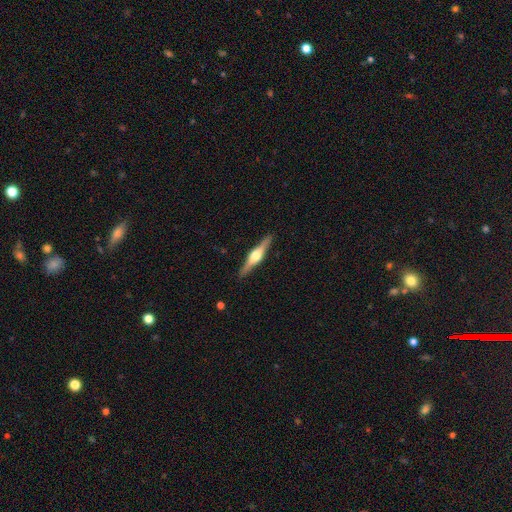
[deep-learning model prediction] A featured or disk galaxy (74%) viewed edge-on (98%) with a rounded central bulge (94%).

Vote fractions:
- Smooth or featured? featured or disk: 74% / smooth: 21% / star or artifact: 5%
- Edge-on disk? yes: 98% / no: 2%
- Edge-on bulge? rounded: 94% / boxy: 4% / none: 2%
- Merging? none: 91% / minor disturbance: 6% / major disturbance: 1% / merger: 1%